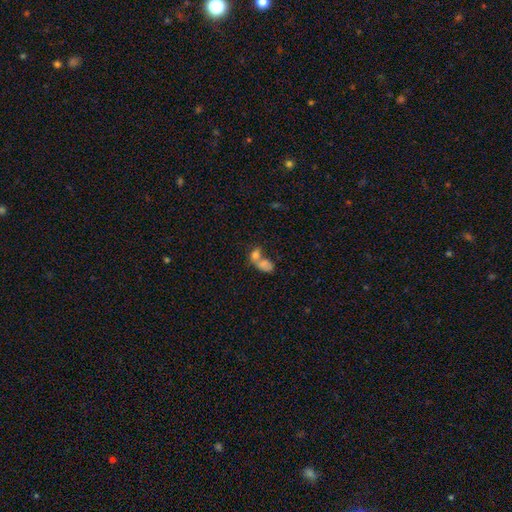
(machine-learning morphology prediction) Smooth or featured? smooth (75%)
How rounded? in between (78%)
Merging? merger (66%)